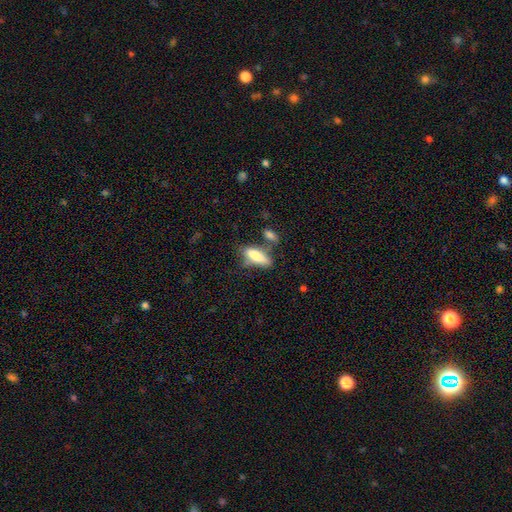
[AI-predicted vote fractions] smooth-or-featured: smooth: 75% | featured or disk: 17% | star or artifact: 7%
  how-rounded: in between: 60% | cigar-shaped: 37% | round: 2%
  merging: none: 48% | minor disturbance: 23% | merger: 18% | major disturbance: 11%